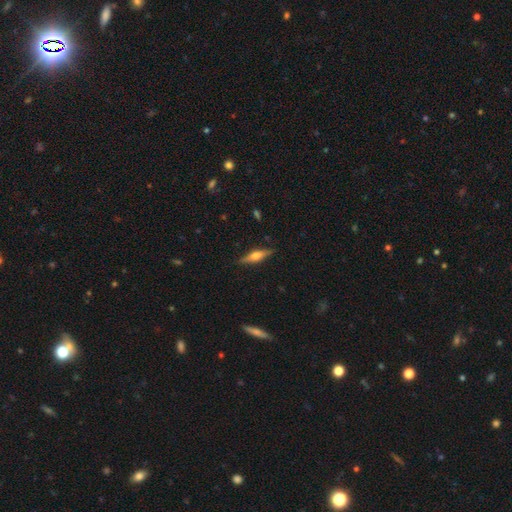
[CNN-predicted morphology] A featured or disk galaxy (59%) viewed edge-on (96%) with a rounded central bulge (86%).

Vote fractions:
- Smooth or featured? featured or disk: 59% / smooth: 34% / star or artifact: 7%
- Edge-on disk? yes: 96% / no: 4%
- Edge-on bulge? rounded: 86% / boxy: 11% / none: 3%
- Merging? none: 88% / minor disturbance: 9% / major disturbance: 2% / merger: 1%